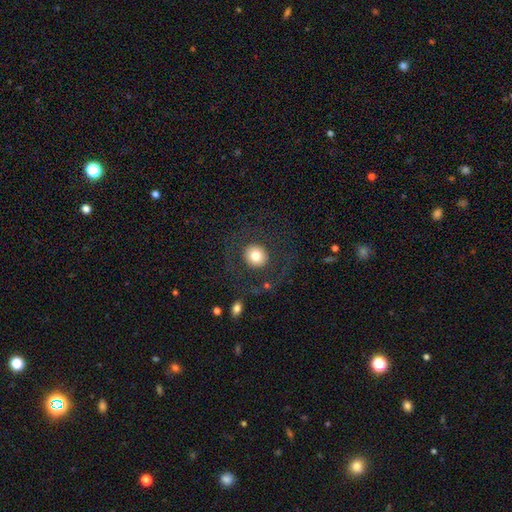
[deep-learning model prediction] Smooth or featured? Predicted: smooth (p=0.73). How rounded? Predicted: round (p=0.86). Merging? Predicted: none (p=0.80).